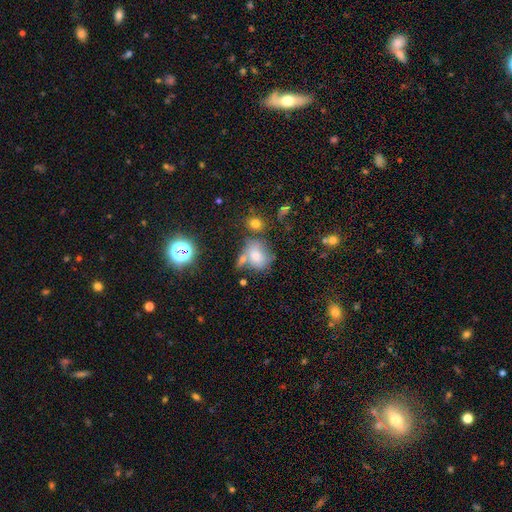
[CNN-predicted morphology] smooth-or-featured: smooth: 71% | featured or disk: 15% | star or artifact: 14%
  how-rounded: in between: 56% | round: 43% | cigar-shaped: 2%
  merging: none: 48% | merger: 24% | minor disturbance: 19% | major disturbance: 9%